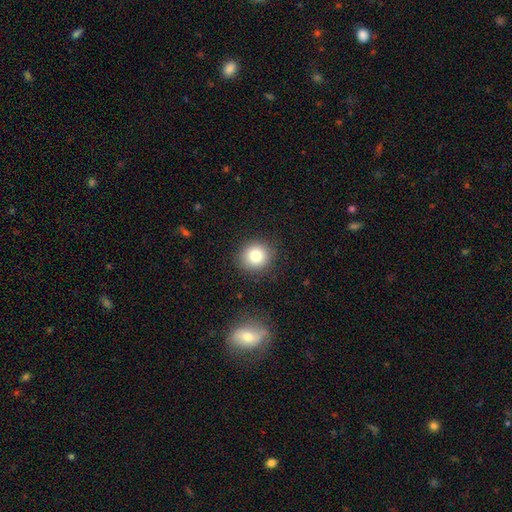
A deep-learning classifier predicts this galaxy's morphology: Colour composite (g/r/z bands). It shows a smooth galaxy with no disk features (81%) that is round (85%). Merging: none (88%).